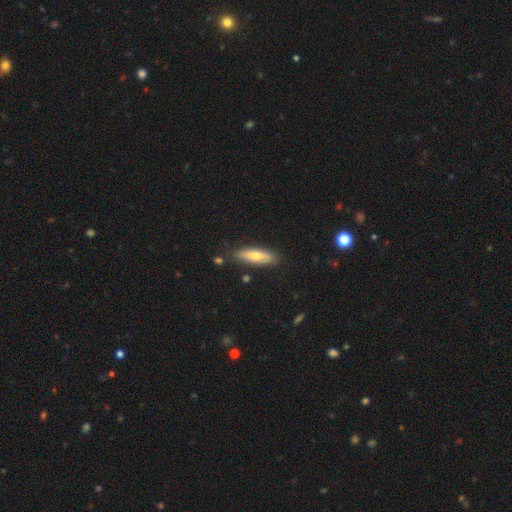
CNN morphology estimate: Smooth or featured? Predicted: smooth (p=0.62). How rounded? Predicted: cigar-shaped (p=0.64). Merging? Predicted: none (p=0.83).